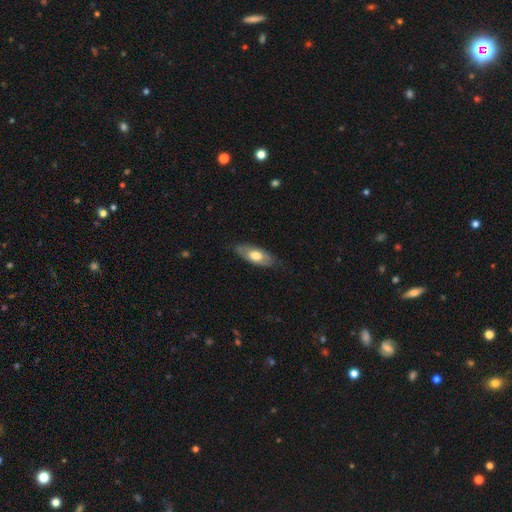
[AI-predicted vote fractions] This is possibly a smooth galaxy (59%). How rounded: clearly in between (83%). Merging: likely none (75%).